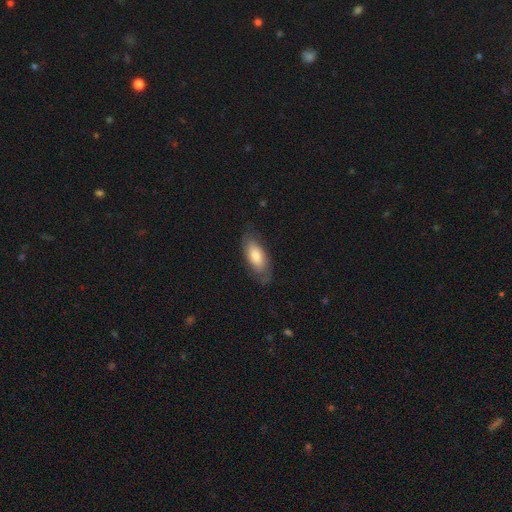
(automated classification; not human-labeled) smooth_or_featured: smooth (p=0.68) [alt: featured or disk p=0.26]
how_rounded: in between (p=0.83) [alt: cigar-shaped p=0.15]
merging: none (p=0.71) [alt: minor disturbance p=0.21]